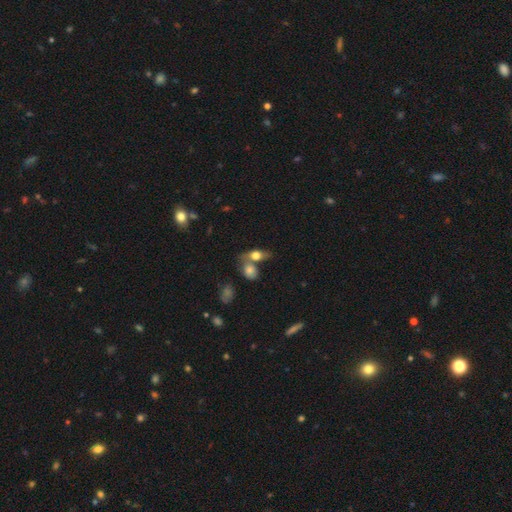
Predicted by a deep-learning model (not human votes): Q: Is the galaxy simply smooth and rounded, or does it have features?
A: smooth — 66%.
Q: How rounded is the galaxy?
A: in between — 69%.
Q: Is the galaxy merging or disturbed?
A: none — 43%.